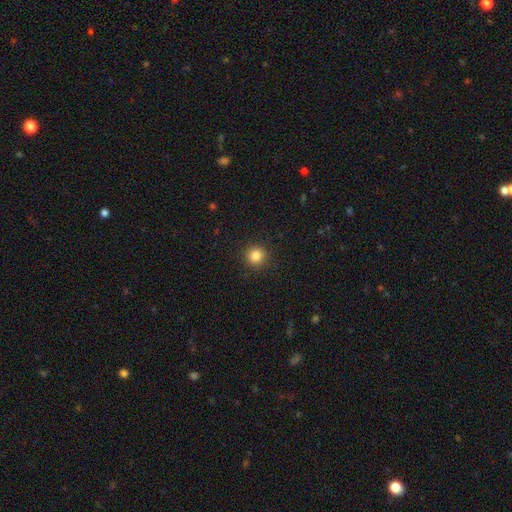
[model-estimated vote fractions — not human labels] smooth 84%, star or artifact 11%, featured or disk 5%. Down the decision tree: how rounded — round (93%); merging — none (92%).